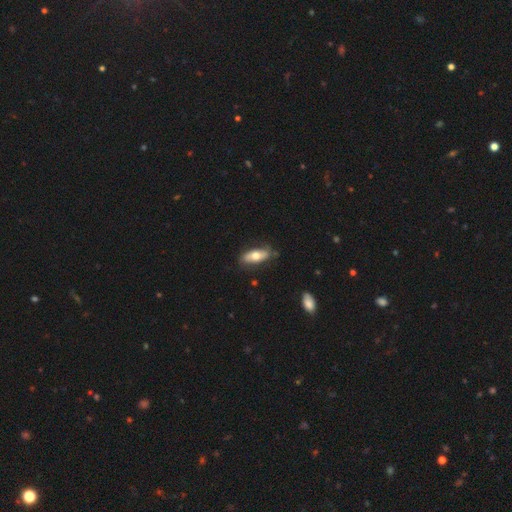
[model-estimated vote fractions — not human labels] Smooth or featured? smooth (59%)
How rounded? in between (75%)
Merging? none (75%)